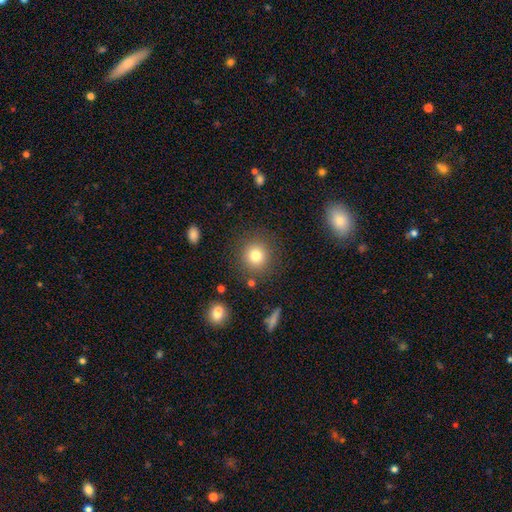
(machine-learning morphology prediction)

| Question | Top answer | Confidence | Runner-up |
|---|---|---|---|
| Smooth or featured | smooth | 79% | star or artifact (12%) |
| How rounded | round | 91% | in between (8%) |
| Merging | none | 86% | minor disturbance (8%) |